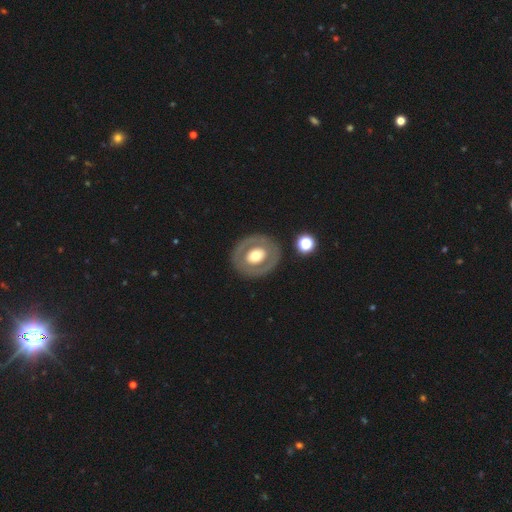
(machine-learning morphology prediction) smooth_or_featured: featured or disk (p=0.56) [alt: smooth p=0.38]
disk_edge_on: no (p=0.94) [alt: yes p=0.06]
bar: no (p=0.77) [alt: weak p=0.15]
has_spiral_arms: no (p=0.88) [alt: yes p=0.12]
bulge_size: moderate (p=0.56) [alt: large p=0.35]
merging: none (p=0.84) [alt: minor disturbance p=0.09]